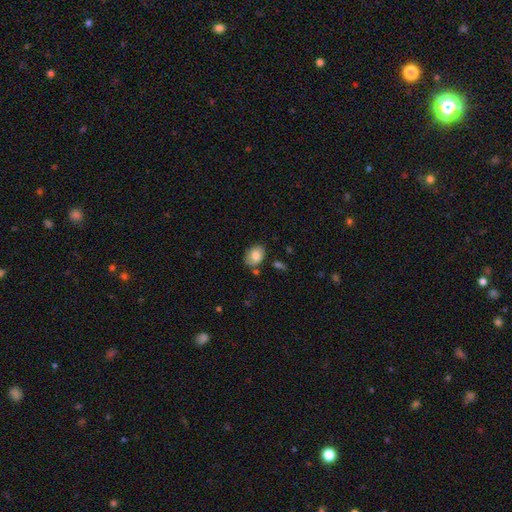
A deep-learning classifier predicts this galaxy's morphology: smooth 77%, featured or disk 15%, star or artifact 7%. Down the decision tree: how rounded — in between (74%); merging — none (73%).